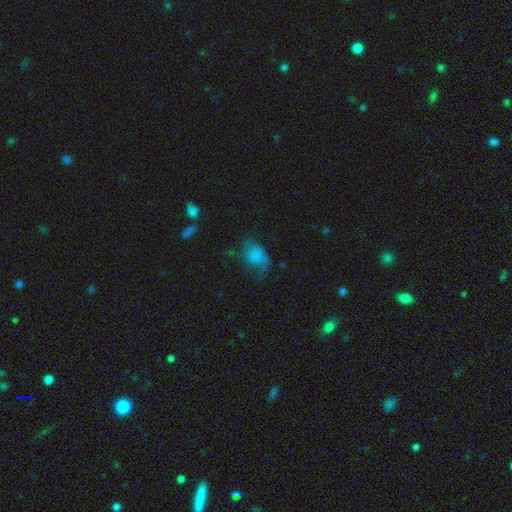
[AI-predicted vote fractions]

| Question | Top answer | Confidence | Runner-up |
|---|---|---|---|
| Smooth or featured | smooth | 73% | featured or disk (17%) |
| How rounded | in between | 79% | round (20%) |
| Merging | none | 40% | minor disturbance (33%) |